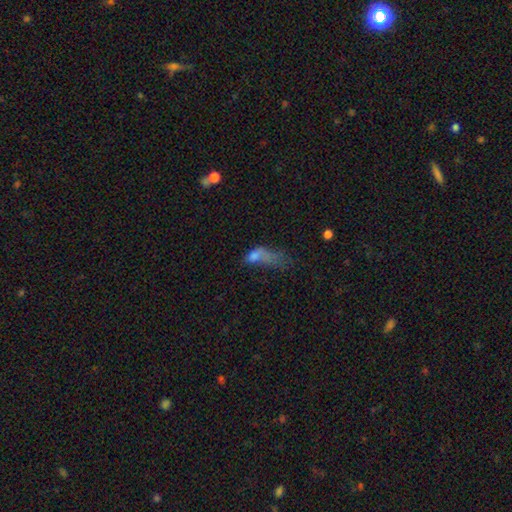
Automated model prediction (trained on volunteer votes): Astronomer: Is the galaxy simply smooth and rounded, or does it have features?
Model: smooth — 59%.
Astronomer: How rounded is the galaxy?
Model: in between — 72%.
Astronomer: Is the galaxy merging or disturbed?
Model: major disturbance — 55%.